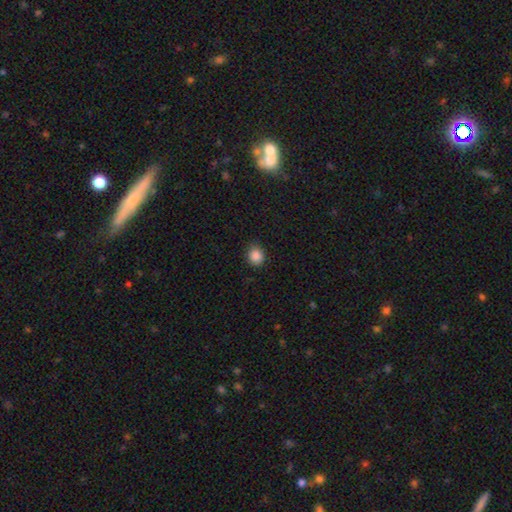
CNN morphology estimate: The model was most divided on "how rounded": round: 74%, in between: 25%, cigar-shaped: 1%. More confident: smooth or featured — smooth (86%); merging — none (85%).